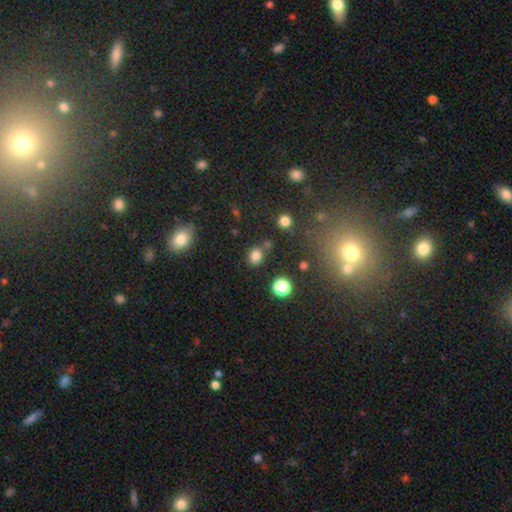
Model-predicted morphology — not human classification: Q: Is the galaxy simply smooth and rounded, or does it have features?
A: smooth — 79%.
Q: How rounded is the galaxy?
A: round — 63%.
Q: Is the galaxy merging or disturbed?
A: none — 73%.